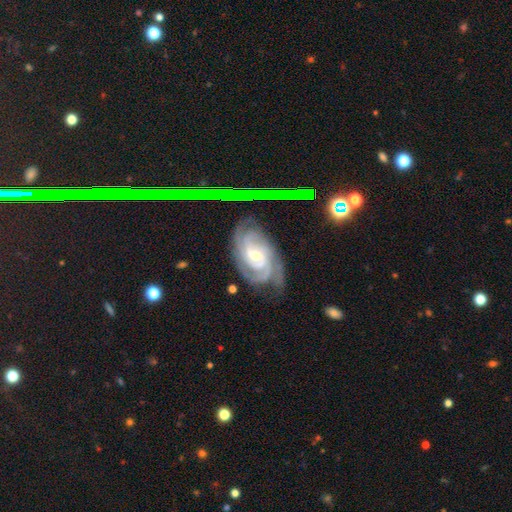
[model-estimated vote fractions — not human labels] Smooth or featured? featured or disk (89%)
Edge-on disk? no (96%)
Bar? weak (43%)
Spiral arms? yes (98%)
Spiral winding? tight (65%)
Spiral arm count? 3 (32%)
Bulge size? moderate (48%, tied with small)
Merging? none (70%)